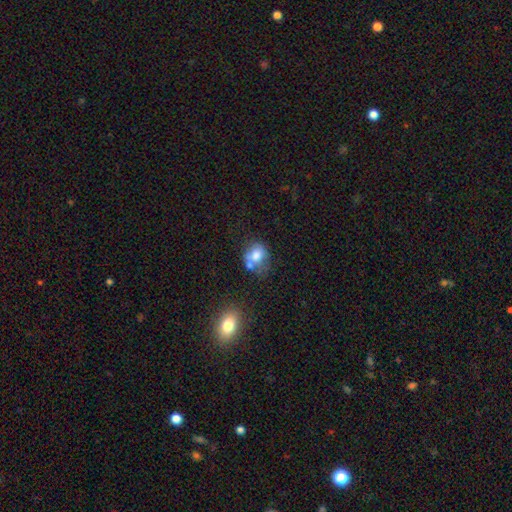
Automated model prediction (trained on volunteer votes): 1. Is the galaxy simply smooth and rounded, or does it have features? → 68% smooth, 21% featured or disk, 11% star or artifact.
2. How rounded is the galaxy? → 57% round, 42% in between, 1% cigar-shaped.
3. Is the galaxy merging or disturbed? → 37% none, 31% merger, 21% minor disturbance, 12% major disturbance.